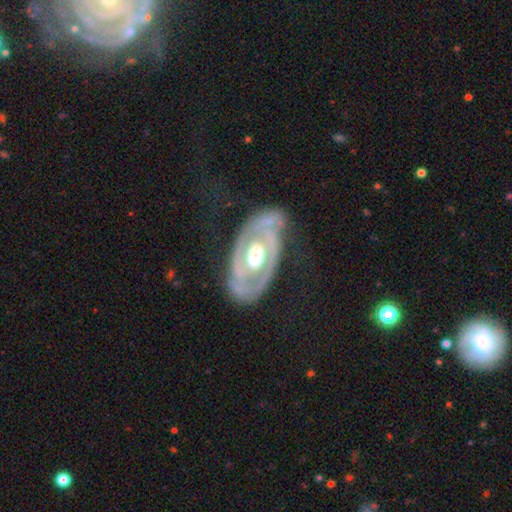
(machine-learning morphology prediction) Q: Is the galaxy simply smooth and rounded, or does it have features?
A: featured or disk — 83%.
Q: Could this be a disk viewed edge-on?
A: no — 93%.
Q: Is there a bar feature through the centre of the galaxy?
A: no — 62%.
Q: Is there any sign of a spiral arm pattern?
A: yes — 69%.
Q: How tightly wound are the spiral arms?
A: tight — 56%.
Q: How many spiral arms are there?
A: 2 — 59%.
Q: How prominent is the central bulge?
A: moderate — 59%.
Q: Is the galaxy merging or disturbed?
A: none — 65%.